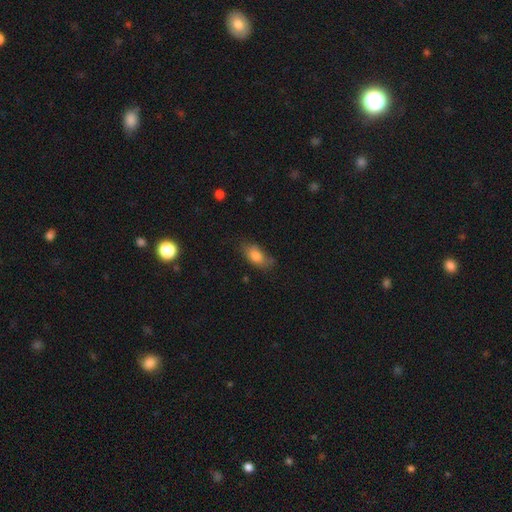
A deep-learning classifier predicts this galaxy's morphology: Smooth or featured?
  - smooth: 80% *
  - featured or disk: 12%
  - star or artifact: 8%
How rounded?
  - in between: 87% *
  - cigar-shaped: 8%
  - round: 6%
Merging?
  - none: 62% *
  - minor disturbance: 28%
  - major disturbance: 8%
  - merger: 2%